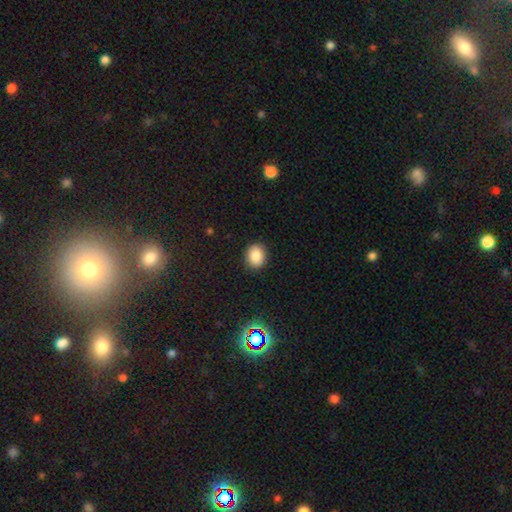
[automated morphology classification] smooth_or_featured: smooth (p=0.86) [alt: star or artifact p=0.09]
how_rounded: round (p=0.50) [alt: in between p=0.49]
merging: none (p=0.90) [alt: minor disturbance p=0.07]